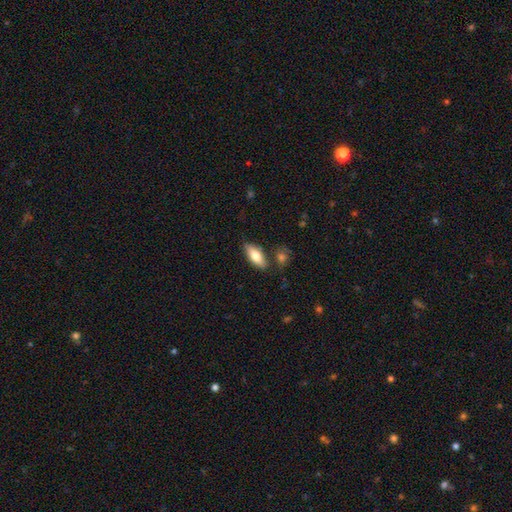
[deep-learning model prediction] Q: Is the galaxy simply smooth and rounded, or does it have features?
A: smooth — 73%.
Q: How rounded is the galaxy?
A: in between — 77%.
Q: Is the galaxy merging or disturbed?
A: none — 80%.